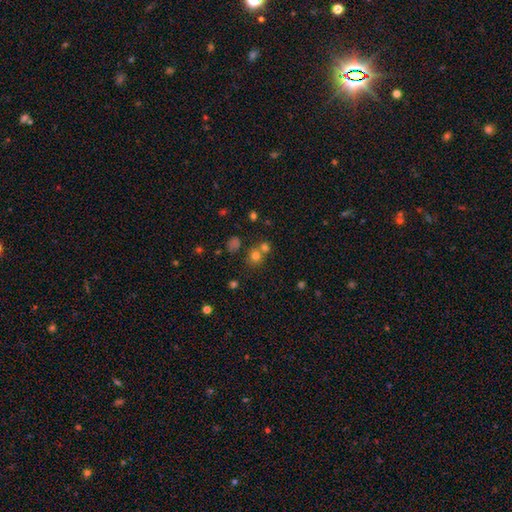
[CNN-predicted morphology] Smooth or featured? Predicted: smooth (p=0.70). How rounded? Predicted: round (p=0.84). Merging? Predicted: none (p=0.54).